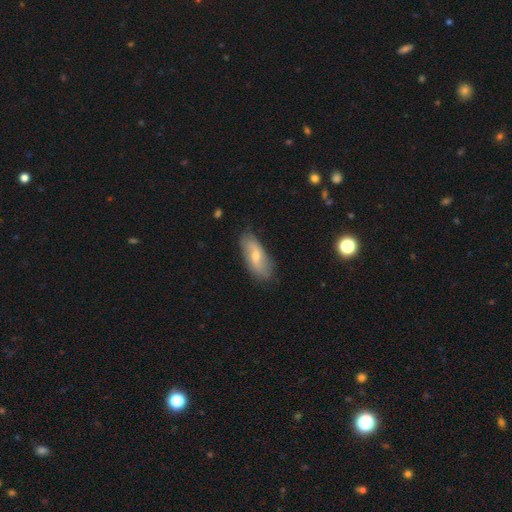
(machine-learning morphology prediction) A smooth galaxy with no disk features (47%). Merging: none (80%).